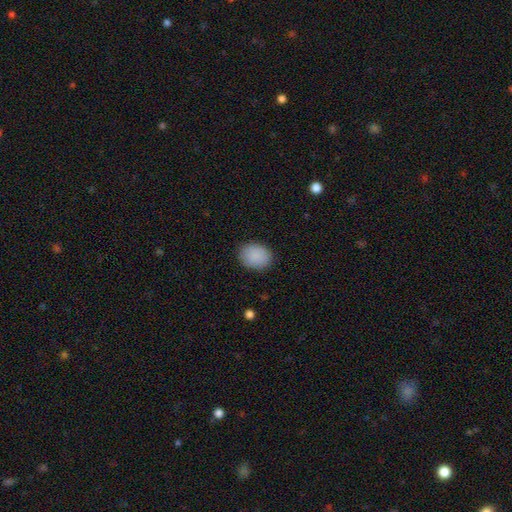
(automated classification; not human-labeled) A smooth galaxy with no disk features (89%) that is in between round and cigar-shaped (54%).

Vote fractions:
- Smooth or featured? smooth: 89% / star or artifact: 7% / featured or disk: 3%
- How rounded? in between: 54% / round: 45% / cigar-shaped: 1%
- Merging? none: 87% / minor disturbance: 9% / major disturbance: 2% / merger: 1%